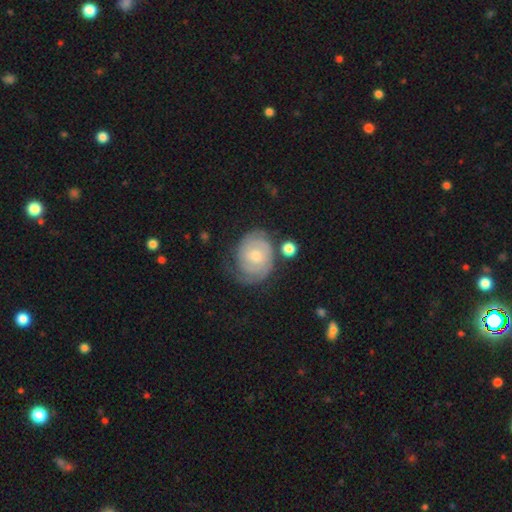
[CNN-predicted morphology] Smooth or featured? featured or disk (78%)
Edge-on disk? no (97%)
Bar? no (70%)
Spiral arms? yes (93%)
Spiral winding? tight (74%)
Spiral arm count? 2 (51%)
Bulge size? moderate (52%)
Merging? none (67%)